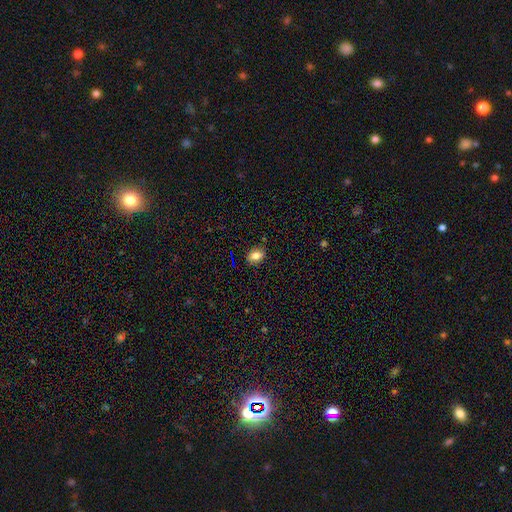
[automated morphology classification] A smooth galaxy with no disk features (78%) that is in between round and cigar-shaped (74%).

Vote fractions:
- Smooth or featured? smooth: 78% / featured or disk: 12% / star or artifact: 10%
- How rounded? in between: 74% / round: 24% / cigar-shaped: 2%
- Merging? none: 86% / minor disturbance: 11% / major disturbance: 2% / merger: 1%